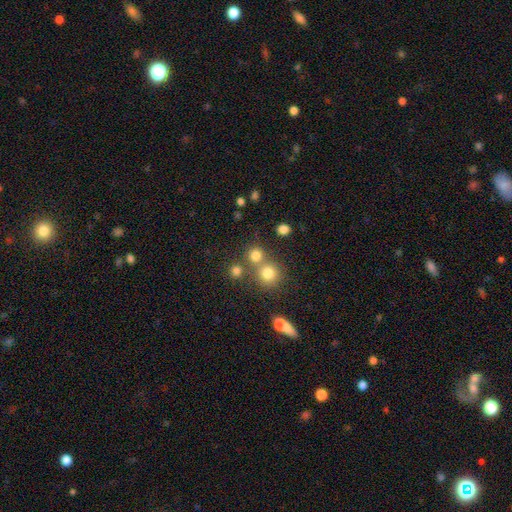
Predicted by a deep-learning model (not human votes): Smooth or featured: smooth — 77% (star or artifact — 16%)
How rounded: round — 89% (in between — 10%)
Merging: none — 62% (merger — 28%)